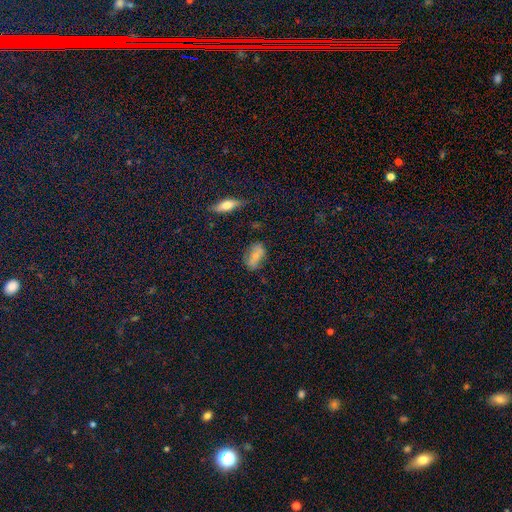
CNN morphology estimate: This appears to be a smooth galaxy with no disk features (65%) that is in between round and cigar-shaped (87%). Merging: none (71%).